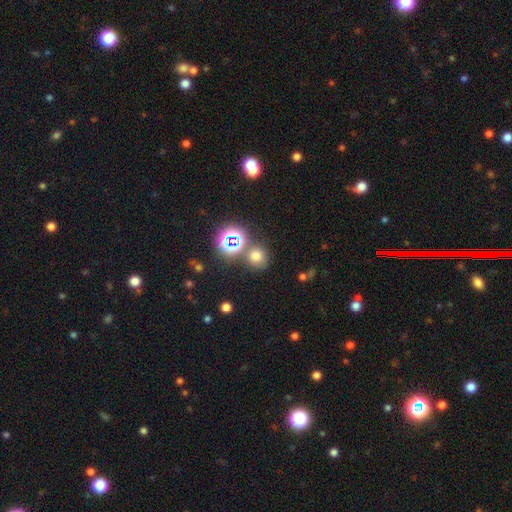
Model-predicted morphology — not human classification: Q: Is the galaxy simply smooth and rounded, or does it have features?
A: smooth — 64%.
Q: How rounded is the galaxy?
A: round — 82%.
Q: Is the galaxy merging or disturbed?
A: none — 71%.